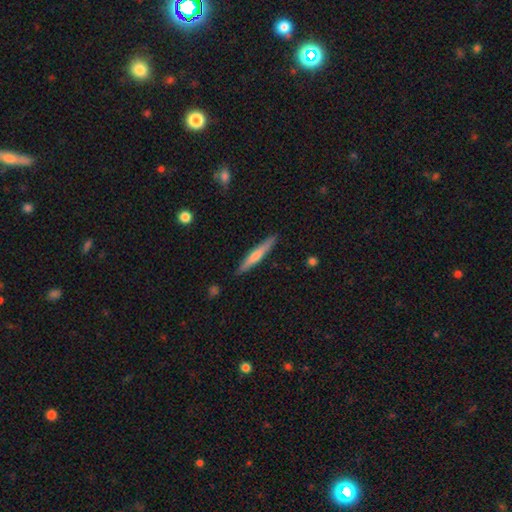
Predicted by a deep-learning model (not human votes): smooth-or-featured: smooth: 52% | featured or disk: 43% | star or artifact: 6%
  how-rounded: cigar-shaped: 94% | in between: 4% | round: 1%
  merging: none: 90% | minor disturbance: 8% | major disturbance: 1% | merger: 1%